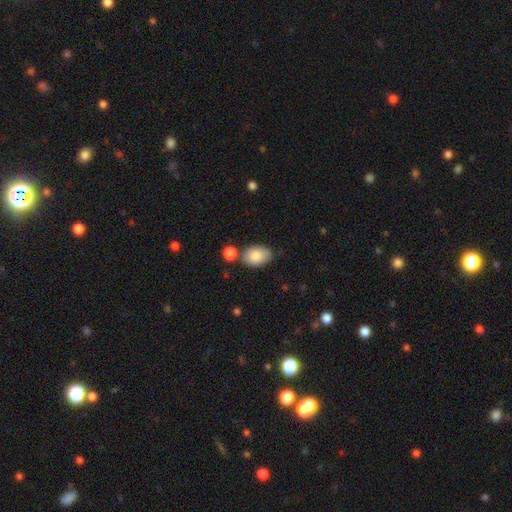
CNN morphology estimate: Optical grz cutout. It shows a smooth galaxy with no disk features (83%) that is in between round and cigar-shaped (86%). Merging: none (69%).